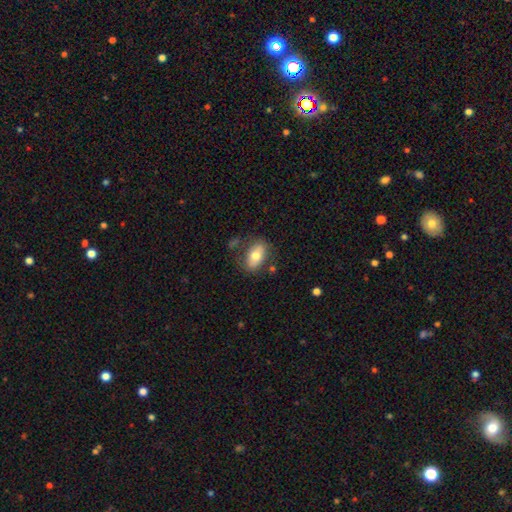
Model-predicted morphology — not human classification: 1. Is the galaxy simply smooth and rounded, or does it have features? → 71% smooth, 22% featured or disk, 7% star or artifact.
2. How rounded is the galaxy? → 89% in between, 7% round, 4% cigar-shaped.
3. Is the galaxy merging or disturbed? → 72% none, 17% minor disturbance, 6% major disturbance, 5% merger.